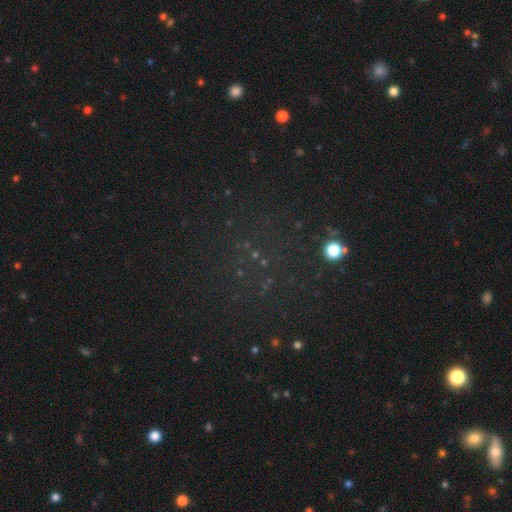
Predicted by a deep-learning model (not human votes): This appears to be a star or artifact, not a galaxy (64%).